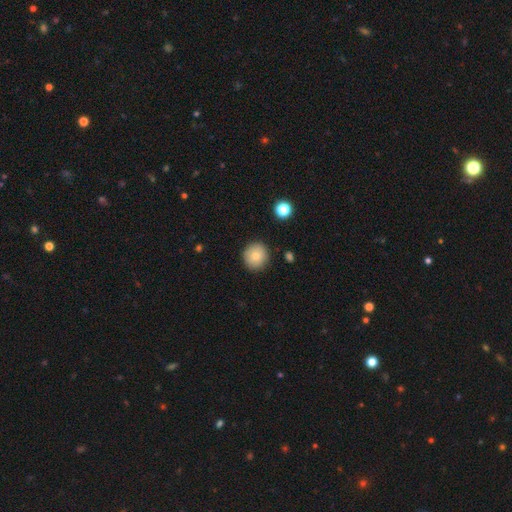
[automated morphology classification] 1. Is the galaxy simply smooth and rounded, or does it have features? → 81% smooth, 10% featured or disk, 9% star or artifact.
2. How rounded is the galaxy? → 94% round, 5% in between, 1% cigar-shaped.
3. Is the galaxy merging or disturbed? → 89% none, 7% minor disturbance, 2% major disturbance, 1% merger.